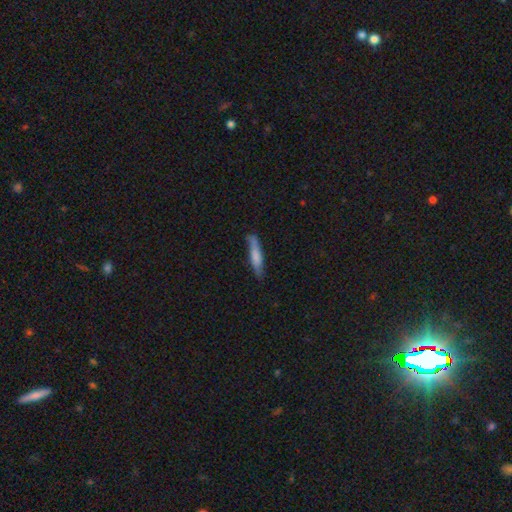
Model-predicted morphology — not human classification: type=smooth (68%); roundness=cigar-shaped (87%); merging=none (72%).